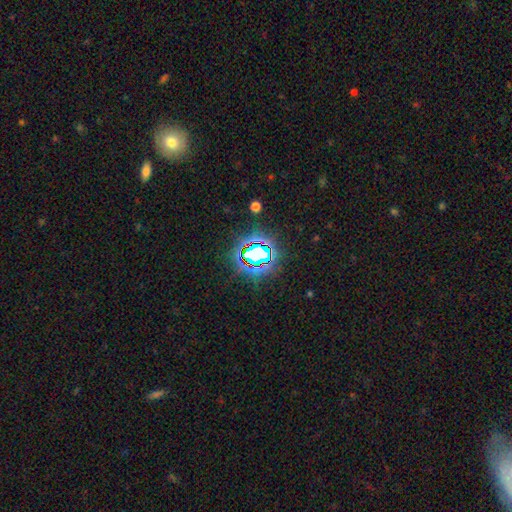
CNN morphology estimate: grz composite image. It shows a star or artifact, not a galaxy (70%).